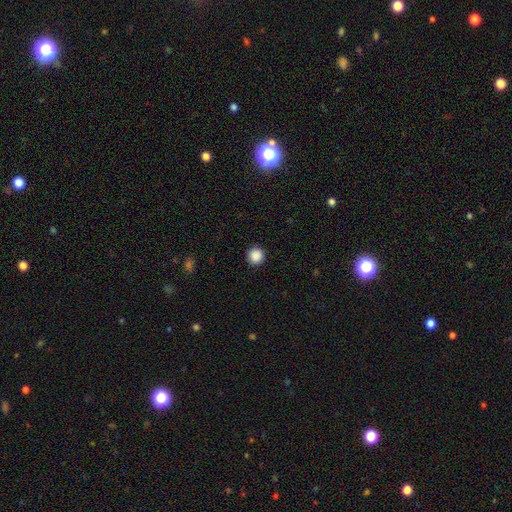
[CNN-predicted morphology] Smooth or featured?
  - smooth: 88% *
  - star or artifact: 9%
  - featured or disk: 2%
How rounded?
  - round: 95% *
  - in between: 4%
  - cigar-shaped: 1%
Merging?
  - none: 93% *
  - minor disturbance: 5%
  - major disturbance: 2%
  - merger: 1%